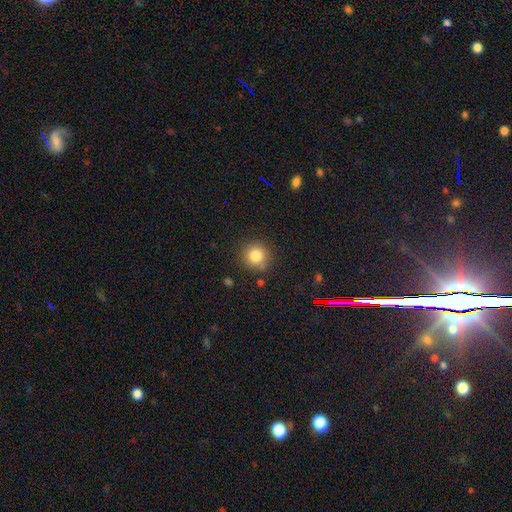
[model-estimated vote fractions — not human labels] A smooth galaxy with no disk features (83%) that is round (92%). Merging: none (85%).